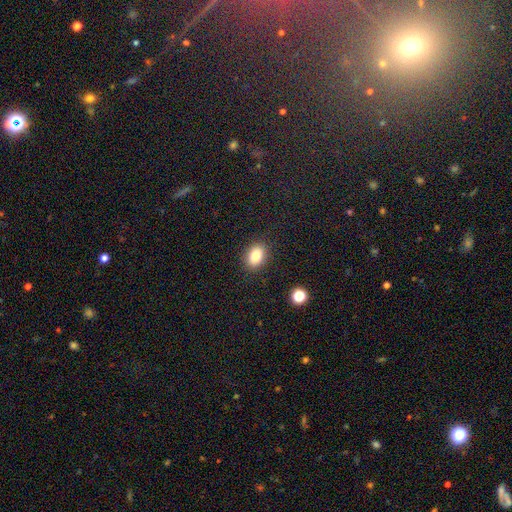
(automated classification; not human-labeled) Smooth or featured?
  - smooth: 84% *
  - star or artifact: 9%
  - featured or disk: 6%
How rounded?
  - in between: 80% *
  - round: 19%
  - cigar-shaped: 1%
Merging?
  - none: 87% *
  - minor disturbance: 9%
  - major disturbance: 3%
  - merger: 1%